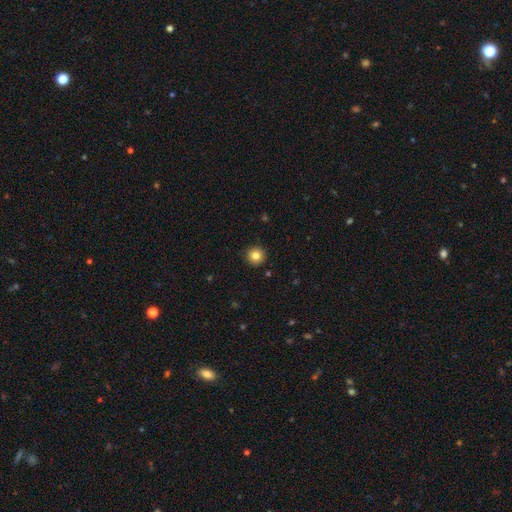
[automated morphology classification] type=smooth (83%); roundness=round (96%); merging=none (93%).